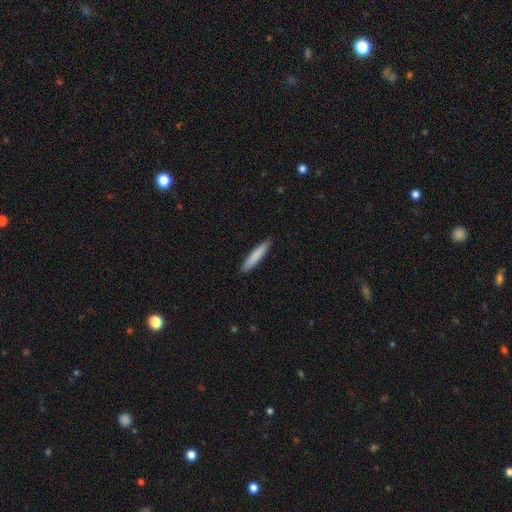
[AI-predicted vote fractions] Q: Smooth or featured?
A: smooth (83%); runner-up: featured or disk (12%)
Q: How rounded?
A: cigar-shaped (90%); runner-up: in between (8%)
Q: Merging?
A: none (89%); runner-up: minor disturbance (8%)